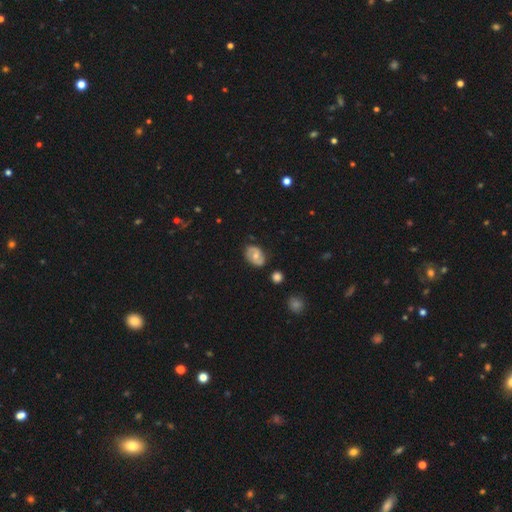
Smooth or featured? 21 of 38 (55%) said featured or disk. Edge-on disk? 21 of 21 (100%) said no. Bar? 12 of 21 (57%) said no. Spiral arms? 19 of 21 (90%) said yes. Spiral winding? 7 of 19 (37%, tied with loose) said medium. Spiral arm count? 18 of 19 (95%) said 2. Bulge size? 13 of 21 (62%) said moderate. Merging? 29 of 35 (83%) said none.